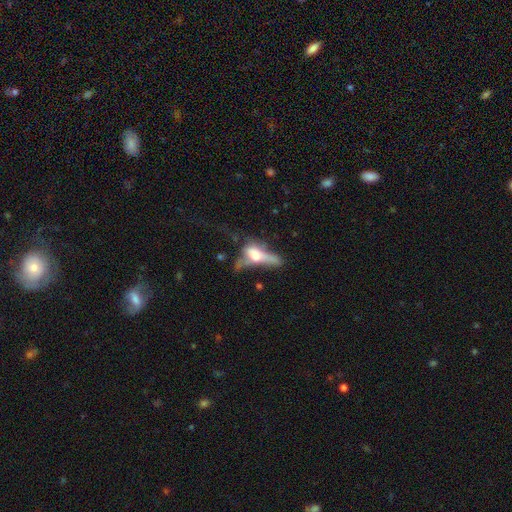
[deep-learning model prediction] Morphology: type=smooth (46%); merging=major disturbance (47%).